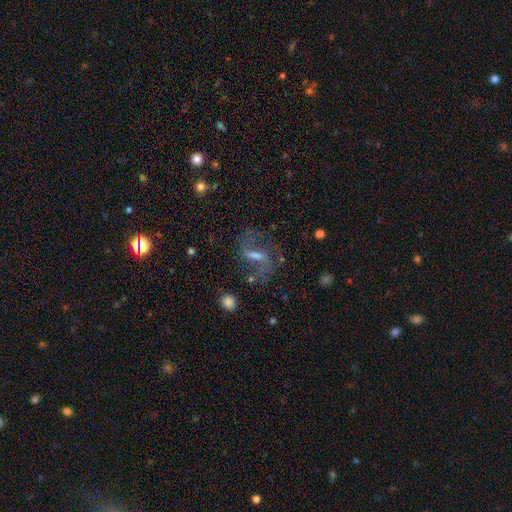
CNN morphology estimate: The model was most divided on "bulge size": moderate: 37%, small: 35%, none: 19%, large: 8%, dominant: 2%. Remaining: edge-on disk — no (94%); spiral arms — yes (90%); spiral arm count — 2 (89%); smooth or featured — featured or disk (76%); merging — none (66%); spiral winding — loose (59%); bar — weak (47%).